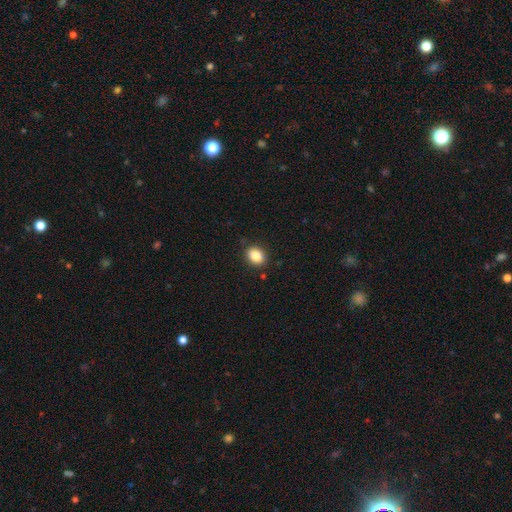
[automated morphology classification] Smooth or featured: smooth — 85% (star or artifact — 9%)
How rounded: in between — 58% (round — 41%)
Merging: none — 88% (minor disturbance — 9%)